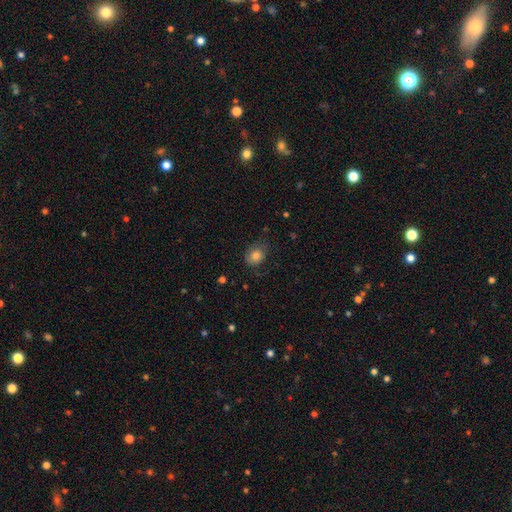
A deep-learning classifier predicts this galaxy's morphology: Overall: smooth (82%). How rounded: in between (53%; round 46%). Merging: none (66%).